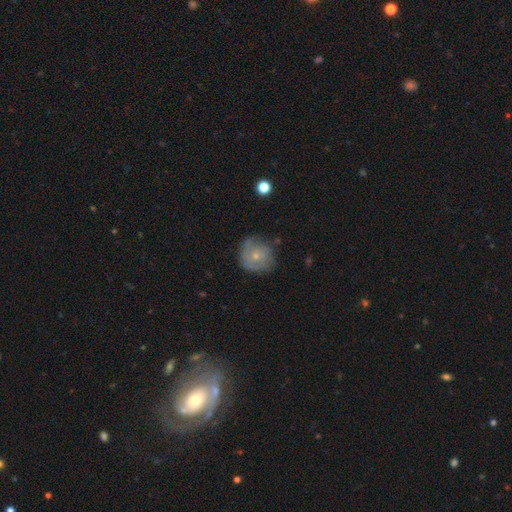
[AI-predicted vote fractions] A featured or disk galaxy (51%). Merging: none (66%).